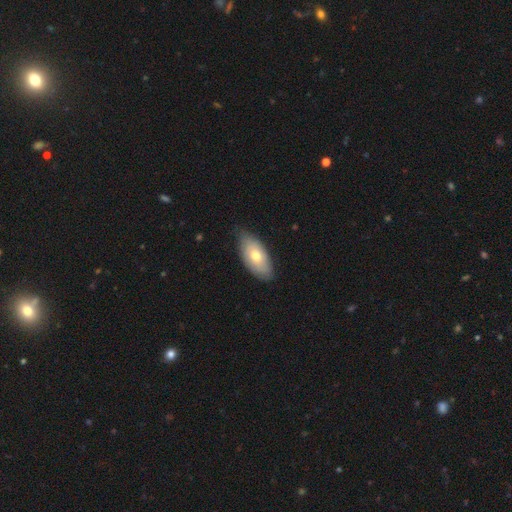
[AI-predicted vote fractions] smooth_or_featured: smooth (p=0.66) [alt: featured or disk p=0.28]
how_rounded: in between (p=0.91) [alt: cigar-shaped p=0.06]
merging: none (p=0.74) [alt: minor disturbance p=0.22]